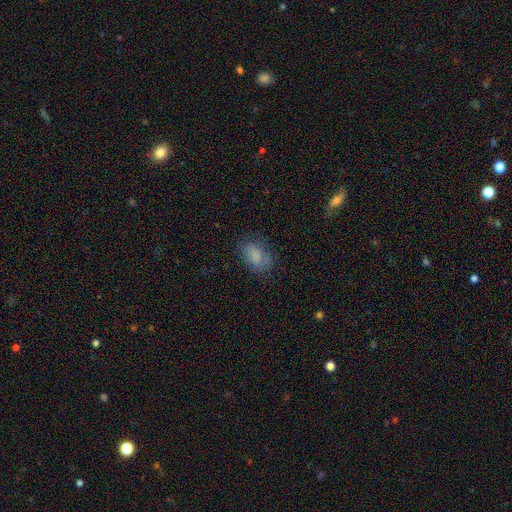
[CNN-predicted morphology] This appears to be a smooth galaxy with no disk features (81%) that is in between round and cigar-shaped (88%). Merging: none (71%).